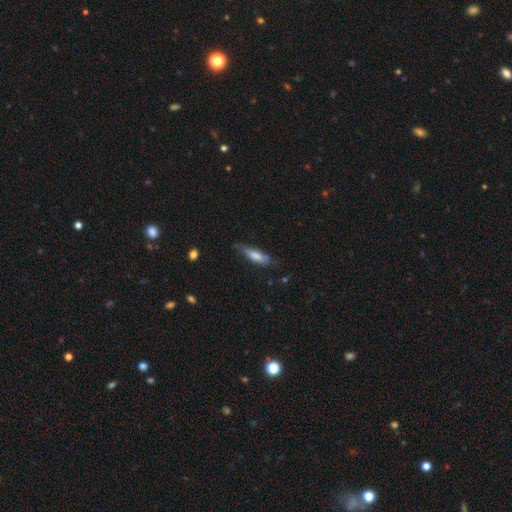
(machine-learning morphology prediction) Smooth or featured?
  - smooth: 66% *
  - featured or disk: 27%
  - star or artifact: 8%
How rounded?
  - cigar-shaped: 59% *
  - in between: 39%
  - round: 2%
Merging?
  - none: 61% *
  - minor disturbance: 29%
  - major disturbance: 8%
  - merger: 2%